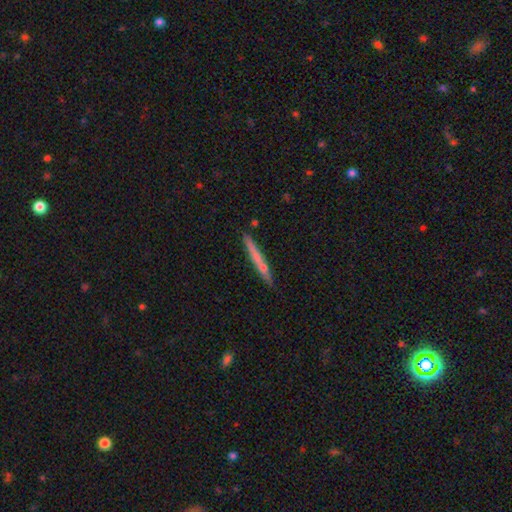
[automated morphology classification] This is possibly a smooth galaxy (55%). How rounded: clearly cigar-shaped (96%). Merging: clearly none (81%).